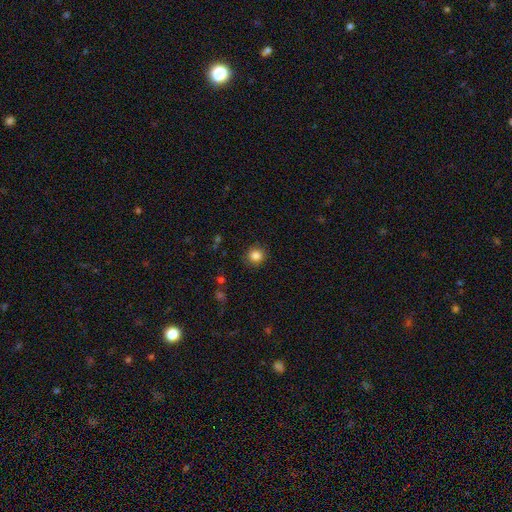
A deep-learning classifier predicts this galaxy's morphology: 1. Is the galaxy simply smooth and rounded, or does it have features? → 85% smooth, 11% star or artifact, 4% featured or disk.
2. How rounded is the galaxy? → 93% round, 6% in between, 1% cigar-shaped.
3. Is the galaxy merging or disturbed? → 91% none, 6% minor disturbance, 2% major disturbance, 1% merger.